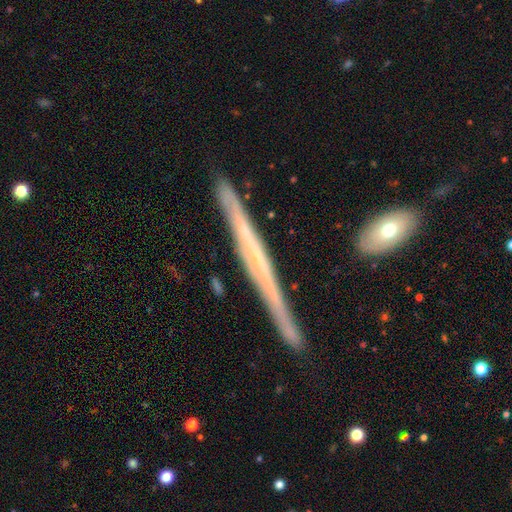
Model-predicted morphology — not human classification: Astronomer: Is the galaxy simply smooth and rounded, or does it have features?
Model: featured or disk — 73%.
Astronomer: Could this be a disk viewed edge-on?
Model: yes — 95%.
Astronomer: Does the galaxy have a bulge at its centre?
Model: none — 77%.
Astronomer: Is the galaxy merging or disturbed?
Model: none — 84%.